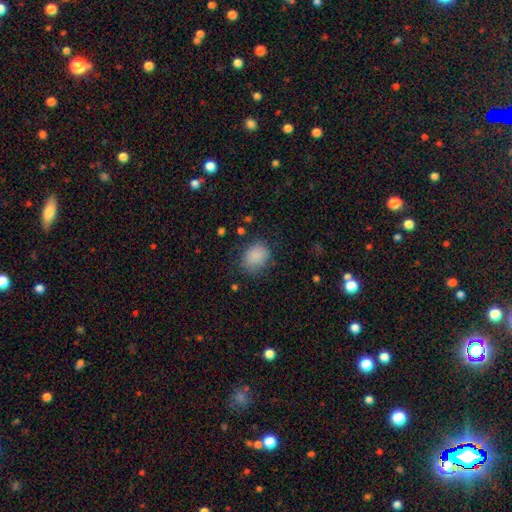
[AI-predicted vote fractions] This appears to be a smooth galaxy with no disk features (86%) that is round (51%). Merging: none (73%).